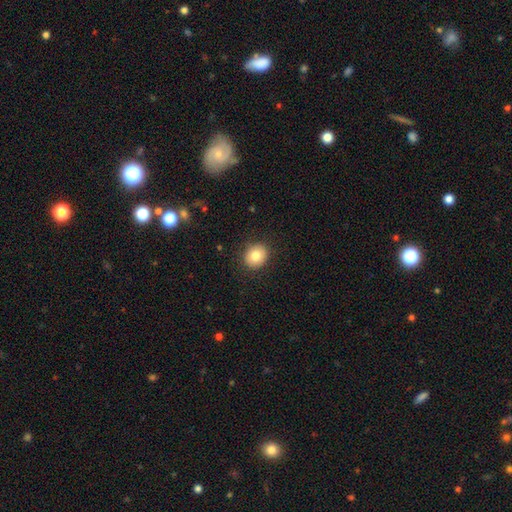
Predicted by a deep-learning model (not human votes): Smooth or featured? smooth (81%)
How rounded? round (74%)
Merging? none (88%)